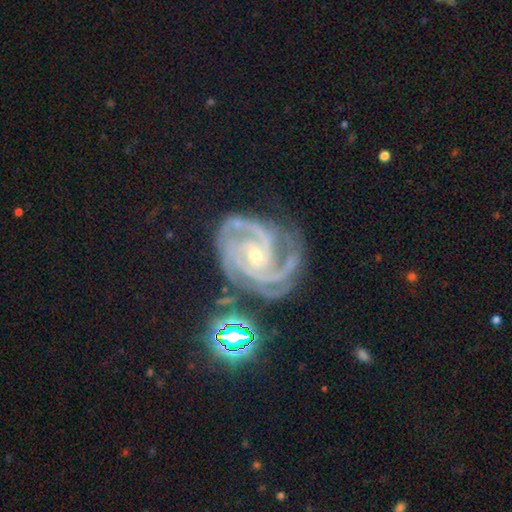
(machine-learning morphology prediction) Overall: featured or disk (92%). Edge-on disk: no (98%). Bar: no (58%; weak 29%). Spiral arms: yes (99%). Spiral arm count: 3 (49%; 4 21%). Spiral winding: tight (64%; medium 33%). Bulge size: small (71%). Merging: none (67%).